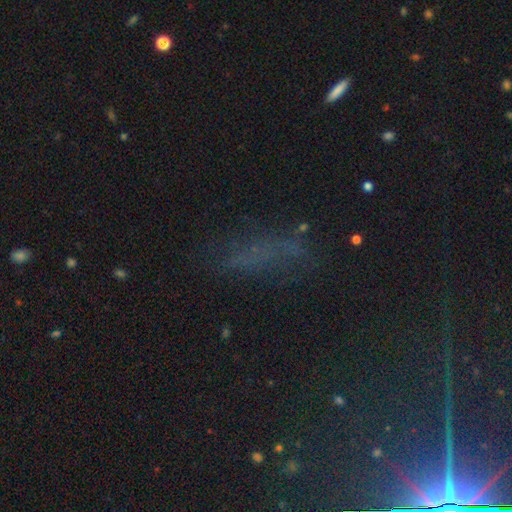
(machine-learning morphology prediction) This is marginally a smooth galaxy (44%). Merging: possibly none (57%).